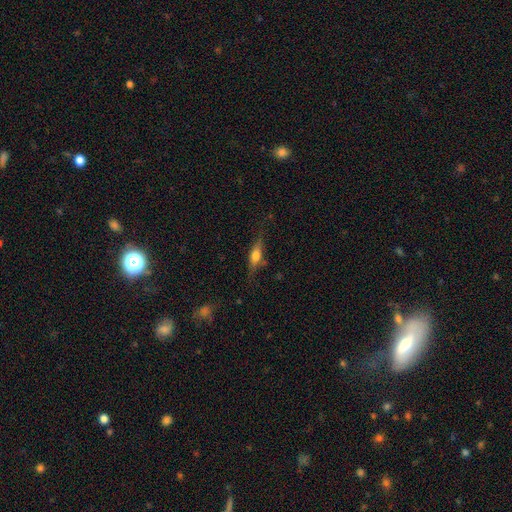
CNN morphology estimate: The model was most divided on "how rounded" (2-way tie): in between: 48%, cigar-shaped: 48%, round: 4%. More confident: merging — none (71%); smooth or featured — smooth (52%).